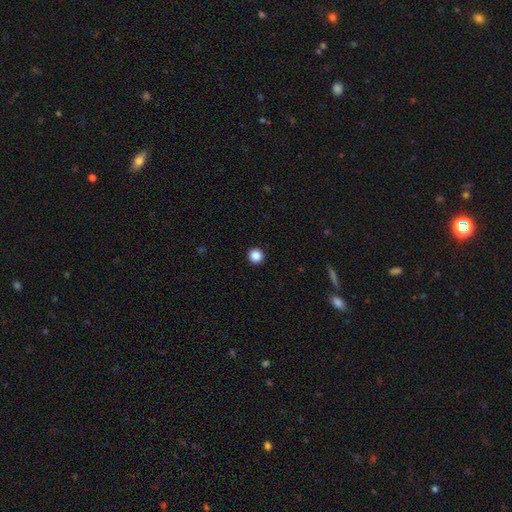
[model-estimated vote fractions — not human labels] Smooth or featured? smooth (87%)
How rounded? round (96%)
Merging? none (94%)